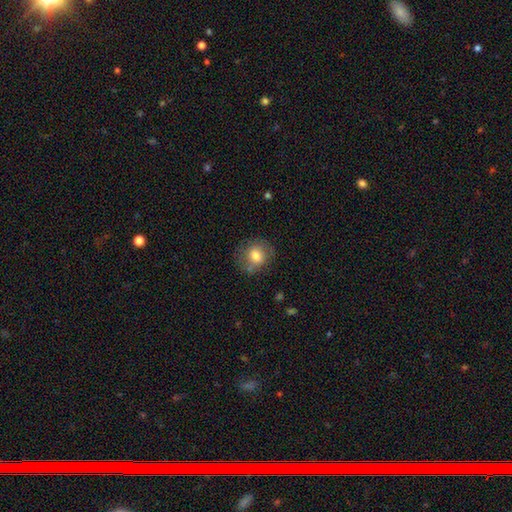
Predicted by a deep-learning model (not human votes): smooth_or_featured: smooth (p=0.75) [alt: featured or disk p=0.16]
how_rounded: round (p=0.77) [alt: in between p=0.22]
merging: none (p=0.74) [alt: minor disturbance p=0.17]